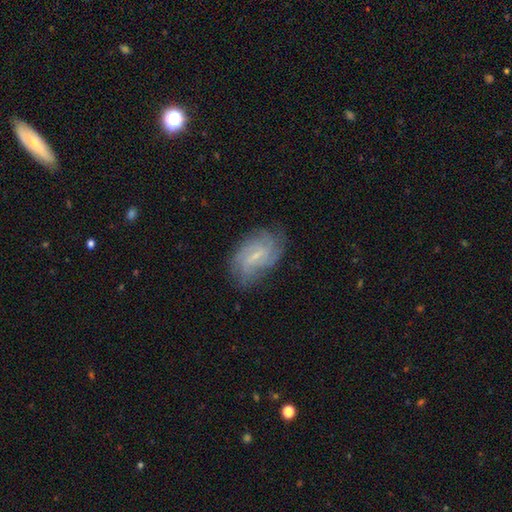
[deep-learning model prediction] This appears to be a featured or disk galaxy (69%) with a weak bar (59%), tight (43%) spiral arms (87%) and a small central bulge (65%). Merging: none (69%).